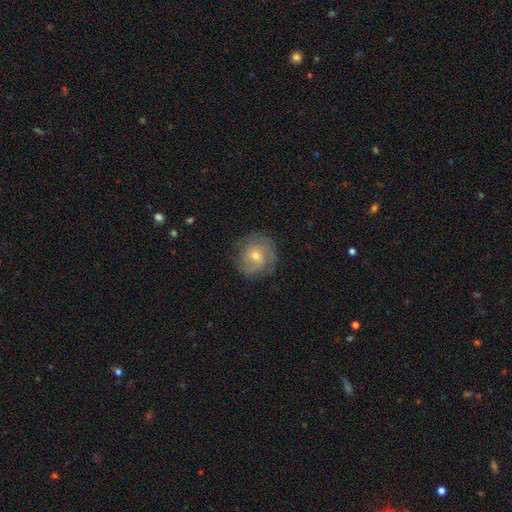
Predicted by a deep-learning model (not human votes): Smooth or featured? Predicted: featured or disk (p=0.71). Edge-on disk? Predicted: no (p=0.97). Bar? Predicted: no (p=0.67). Spiral arms? Predicted: yes (p=0.90). Spiral winding? Predicted: tight (p=0.49). Spiral arm count? Predicted: 2 (p=0.41). Bulge size? Predicted: small (p=0.51). Merging? Predicted: none (p=0.76).